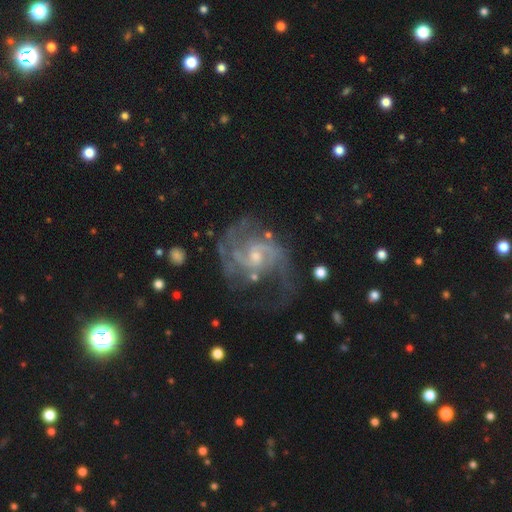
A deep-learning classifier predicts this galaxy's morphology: featured or disk 89%, star or artifact 6%, smooth 5%. Down the decision tree: edge-on disk — no (98%); bar — no (53%); spiral arms — yes (96%); spiral arm count — 2 (67%); spiral winding — medium (53%); bulge size — small (56%); merging — none (56%).